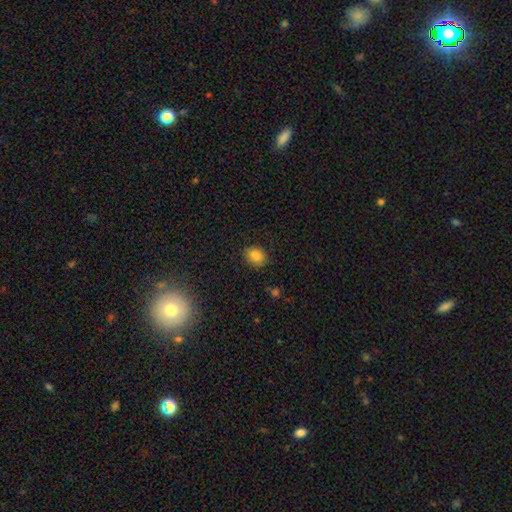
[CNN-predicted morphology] A smooth galaxy with no disk features (83%) that is round (53%). Merging: none (85%).